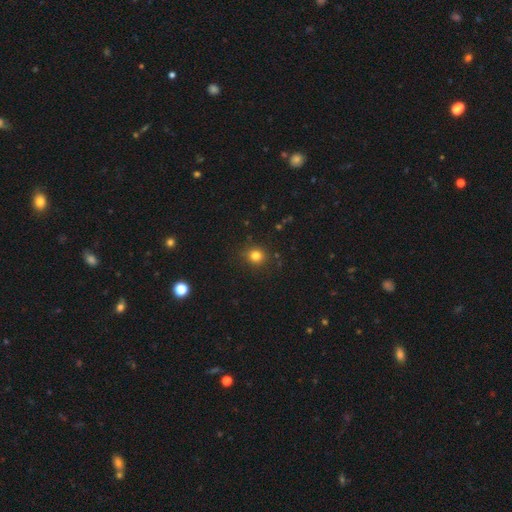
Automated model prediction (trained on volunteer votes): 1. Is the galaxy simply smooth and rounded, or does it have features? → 80% smooth, 14% star or artifact, 5% featured or disk.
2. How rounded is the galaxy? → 86% round, 13% in between, 1% cigar-shaped.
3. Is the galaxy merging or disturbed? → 88% none, 8% minor disturbance, 3% major disturbance, 2% merger.